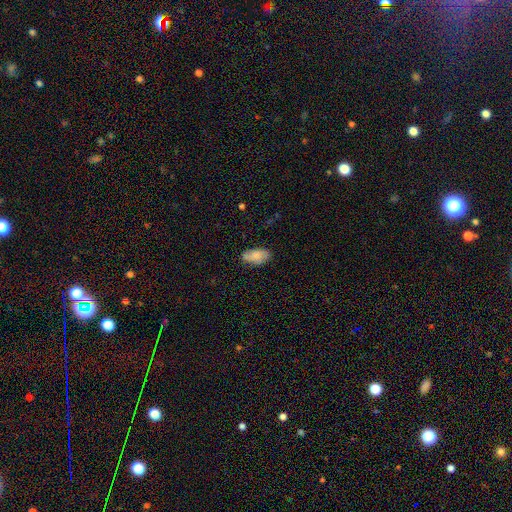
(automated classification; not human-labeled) This appears to be a smooth galaxy with no disk features (58%) that is in between round and cigar-shaped (92%). Merging: none (76%).